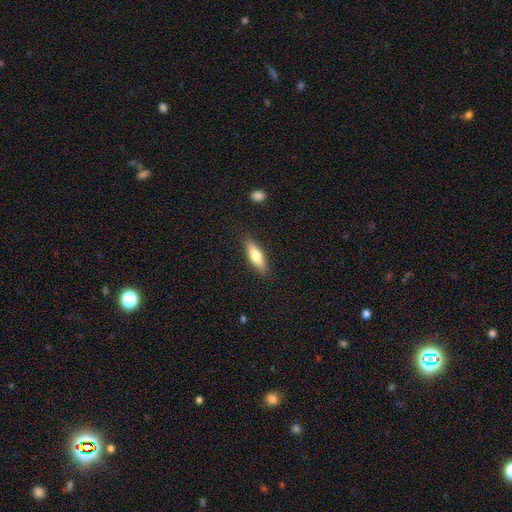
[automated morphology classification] The model was most divided on "how rounded": cigar-shaped: 53%, in between: 45%, round: 2%. More confident: merging — none (87%); smooth or featured — smooth (68%).